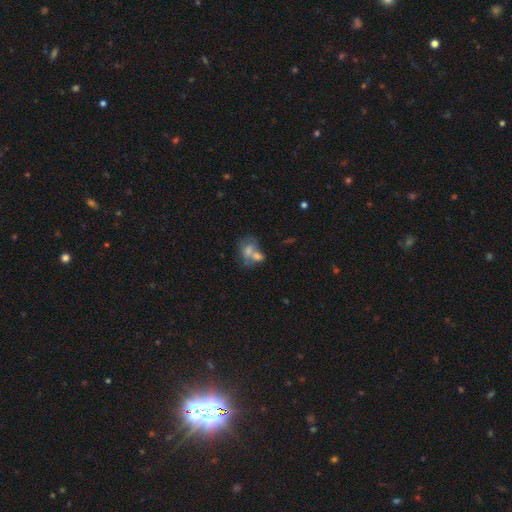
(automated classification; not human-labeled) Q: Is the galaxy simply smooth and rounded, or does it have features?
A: smooth — 56%.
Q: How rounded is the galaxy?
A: in between — 66%.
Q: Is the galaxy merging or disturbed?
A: merger — 58%.